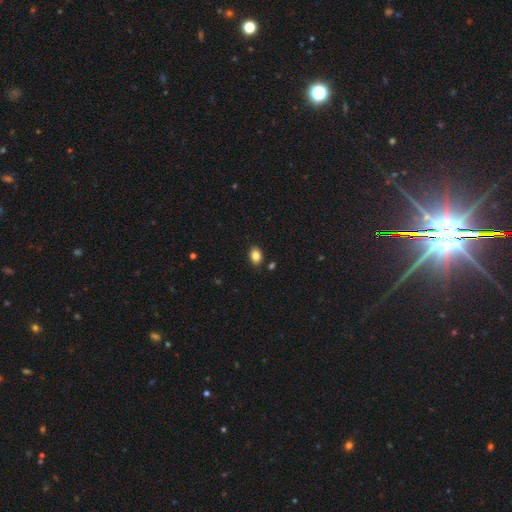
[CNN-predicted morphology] smooth-or-featured: smooth: 85% | star or artifact: 9% | featured or disk: 5%
  how-rounded: in between: 74% | round: 25% | cigar-shaped: 1%
  merging: none: 85% | minor disturbance: 10% | merger: 3% | major disturbance: 2%